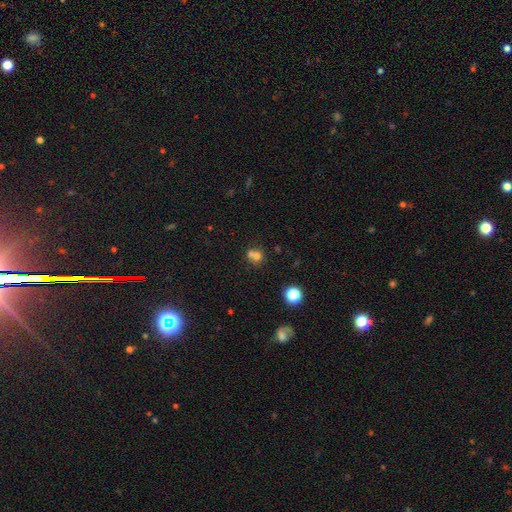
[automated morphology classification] Smooth or featured: smooth — 68% (featured or disk — 16%)
How rounded: round — 82% (in between — 17%)
Merging: merger — 52% (none — 38%)